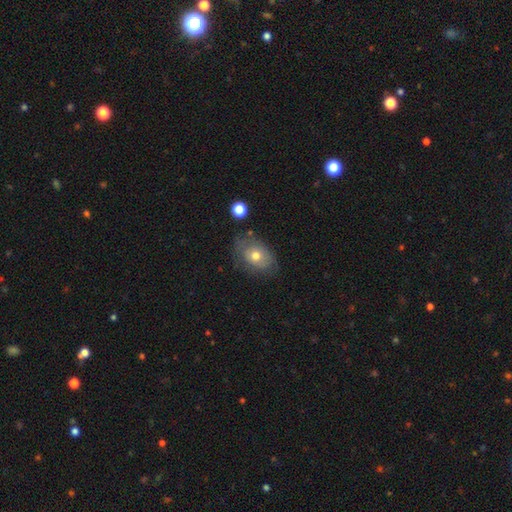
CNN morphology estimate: This is possibly a smooth galaxy (59%). How rounded: likely in between (71%). Merging: likely none (61%).